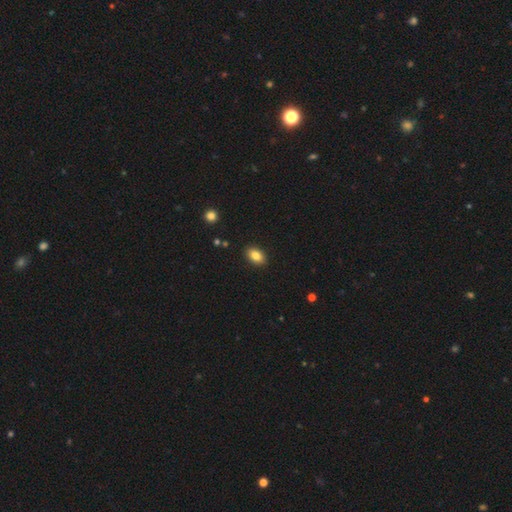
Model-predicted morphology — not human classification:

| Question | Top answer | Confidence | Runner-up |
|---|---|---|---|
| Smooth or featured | smooth | 84% | star or artifact (9%) |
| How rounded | in between | 88% | round (10%) |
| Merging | none | 89% | minor disturbance (8%) |